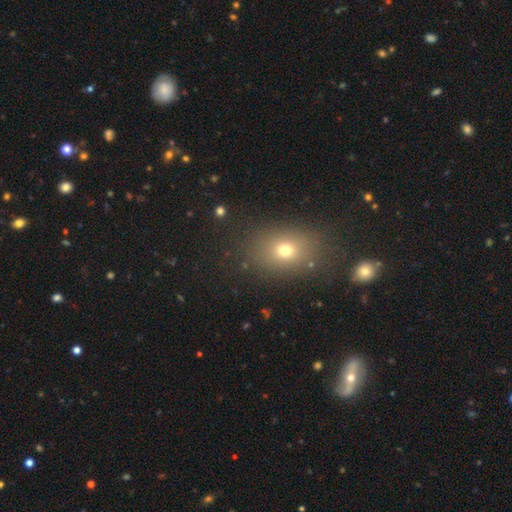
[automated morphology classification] A smooth galaxy with no disk features (64%) that is in between round and cigar-shaped (59%).

Vote fractions:
- Smooth or featured? smooth: 64% / star or artifact: 25% / featured or disk: 11%
- How rounded? in between: 59% / round: 39% / cigar-shaped: 2%
- Merging? none: 84% / minor disturbance: 9% / major disturbance: 4% / merger: 3%